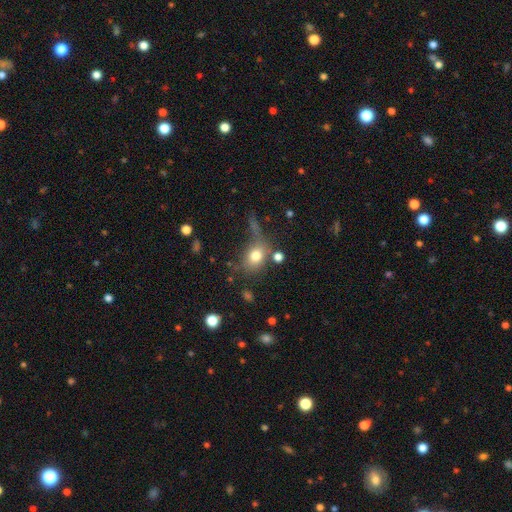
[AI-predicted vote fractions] Smooth or featured: smooth — 76% (featured or disk — 12%)
How rounded: in between — 52% (round — 46%)
Merging: none — 51% (minor disturbance — 19%)